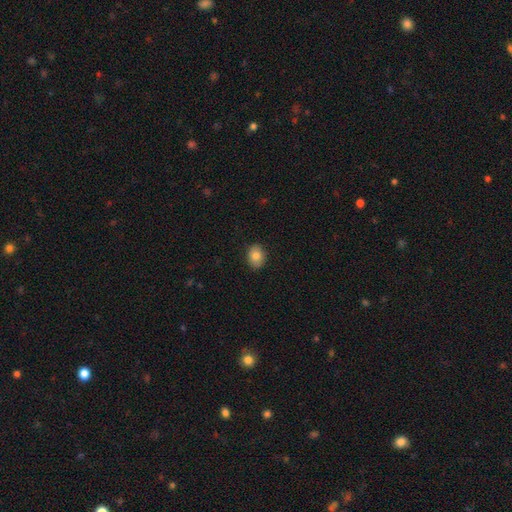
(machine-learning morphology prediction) Smooth or featured? smooth (82%)
How rounded? in between (65%)
Merging? none (88%)